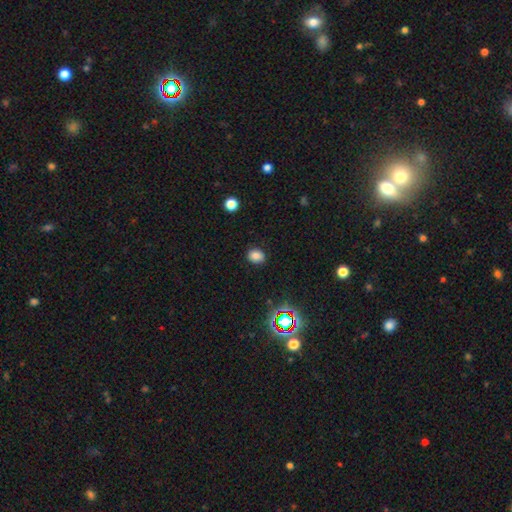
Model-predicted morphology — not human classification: smooth_or_featured: smooth (p=0.80) [alt: star or artifact p=0.15]
how_rounded: in between (p=0.51) [alt: round p=0.48]
merging: none (p=0.87) [alt: minor disturbance p=0.09]